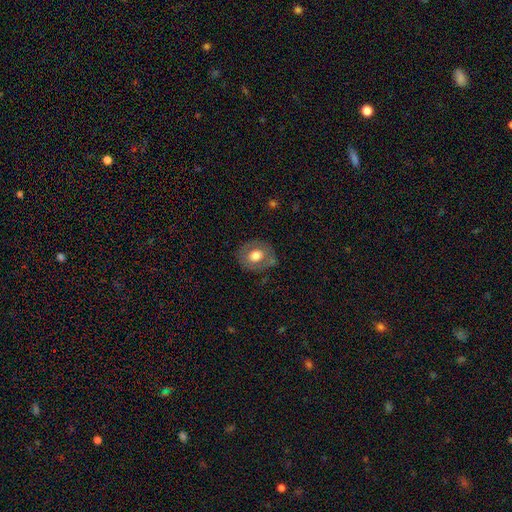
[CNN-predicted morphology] Q: Smooth or featured?
A: smooth (60%); runner-up: featured or disk (33%)
Q: How rounded?
A: round (60%); runner-up: in between (39%)
Q: Merging?
A: none (75%); runner-up: minor disturbance (16%)